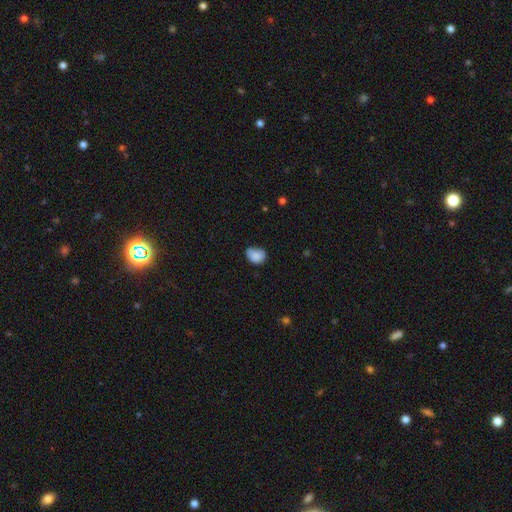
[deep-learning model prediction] This is clearly a smooth galaxy (83%). How rounded: possibly in between (57%). Merging: possibly none (54%).